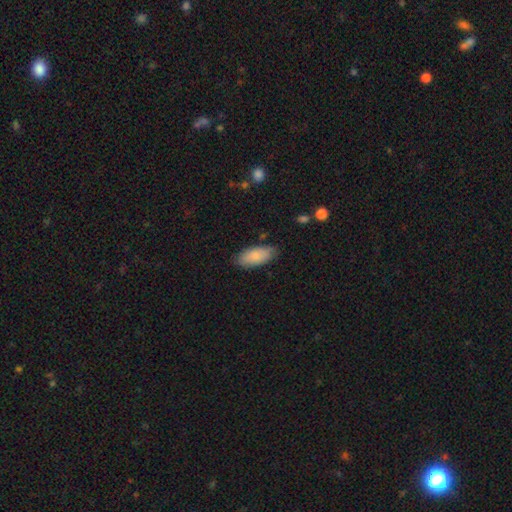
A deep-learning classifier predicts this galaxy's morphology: A smooth galaxy with no disk features (84%) that is in between round and cigar-shaped (87%).

Vote fractions:
- Smooth or featured? smooth: 84% / featured or disk: 10% / star or artifact: 6%
- How rounded? in between: 87% / cigar-shaped: 11% / round: 2%
- Merging? none: 81% / minor disturbance: 15% / major disturbance: 3% / merger: 1%